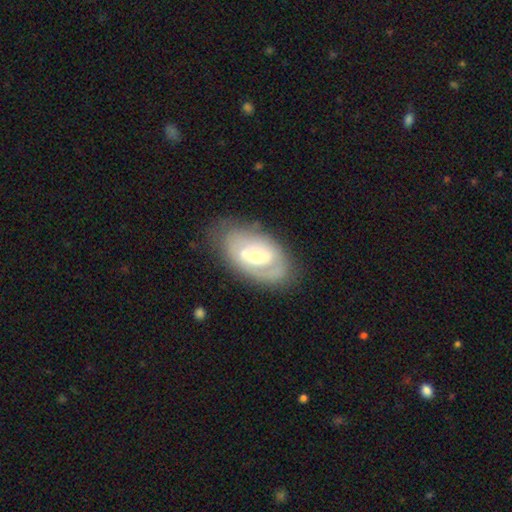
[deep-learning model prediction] A featured or disk galaxy (66%) with no bar (60%), spiral arms (52%) and a moderate central bulge (56%). Merging: none (66%).